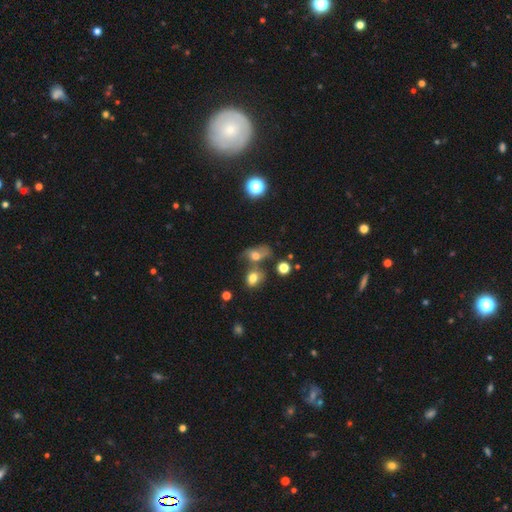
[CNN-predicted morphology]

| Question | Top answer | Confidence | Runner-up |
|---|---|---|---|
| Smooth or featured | smooth | 51% | featured or disk (31%) |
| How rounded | in between | 70% | round (26%) |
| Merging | merger | 34% | none (33%) |